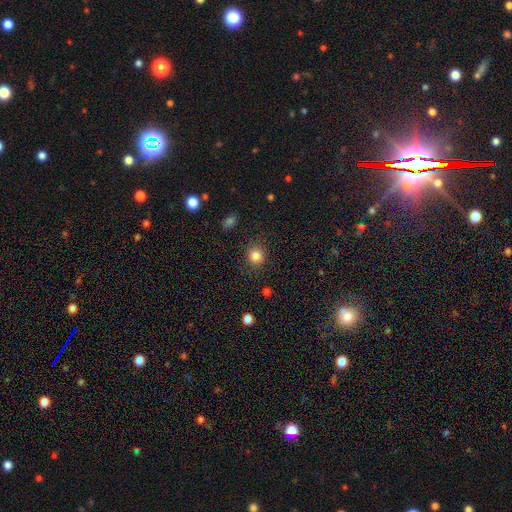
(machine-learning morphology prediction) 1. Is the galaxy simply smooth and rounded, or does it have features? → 84% smooth, 11% star or artifact, 4% featured or disk.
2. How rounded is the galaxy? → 87% round, 12% in between, 1% cigar-shaped.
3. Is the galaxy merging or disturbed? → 86% none, 9% minor disturbance, 3% major disturbance, 1% merger.